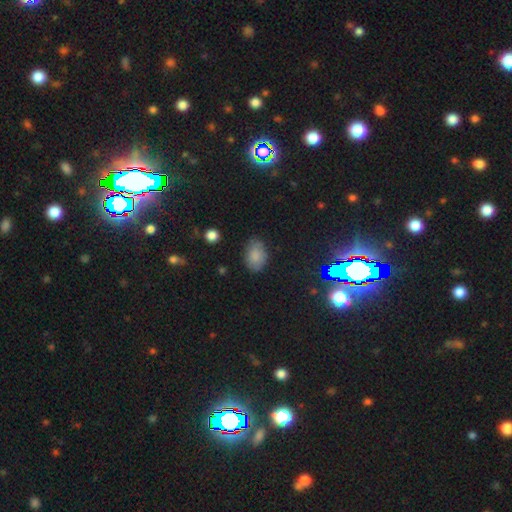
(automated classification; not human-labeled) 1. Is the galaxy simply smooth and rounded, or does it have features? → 80% smooth, 11% star or artifact, 9% featured or disk.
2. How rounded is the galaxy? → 81% in between, 18% round, 1% cigar-shaped.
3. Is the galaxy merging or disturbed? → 74% none, 20% minor disturbance, 5% major disturbance, 2% merger.